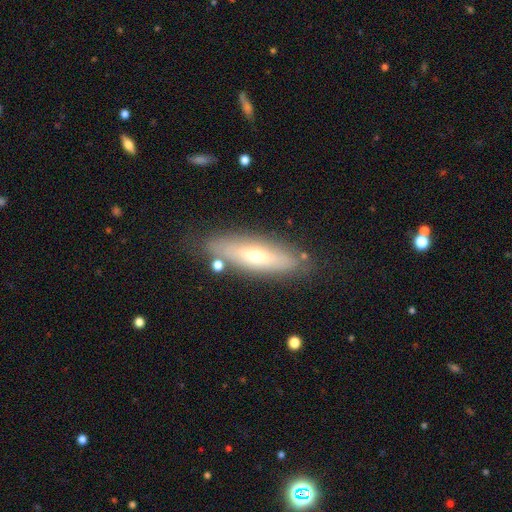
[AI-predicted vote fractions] The model was most divided on "smooth or featured": featured or disk: 48%, smooth: 45%, star or artifact: 8%. More confident: merging — none (80%).